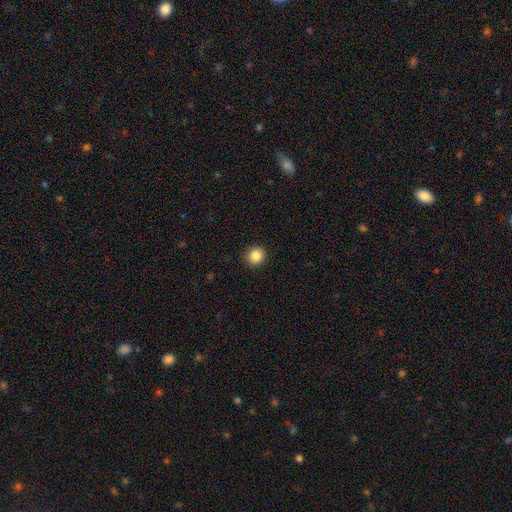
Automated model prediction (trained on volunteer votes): Q: Smooth or featured?
A: smooth (87%); runner-up: star or artifact (10%)
Q: How rounded?
A: round (89%); runner-up: in between (10%)
Q: Merging?
A: none (92%); runner-up: minor disturbance (5%)